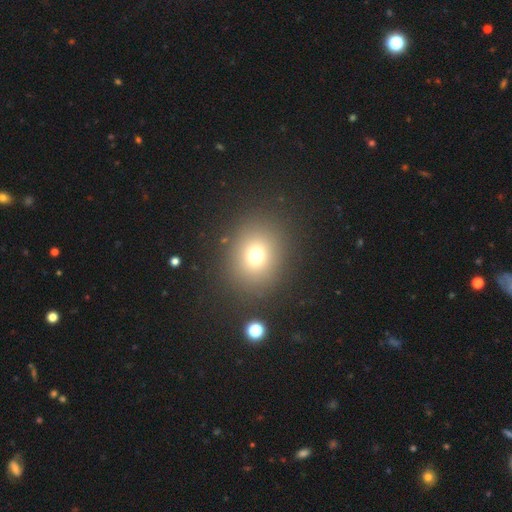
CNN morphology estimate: This appears to be a smooth galaxy with no disk features (71%) that is round (73%). Merging: none (86%).